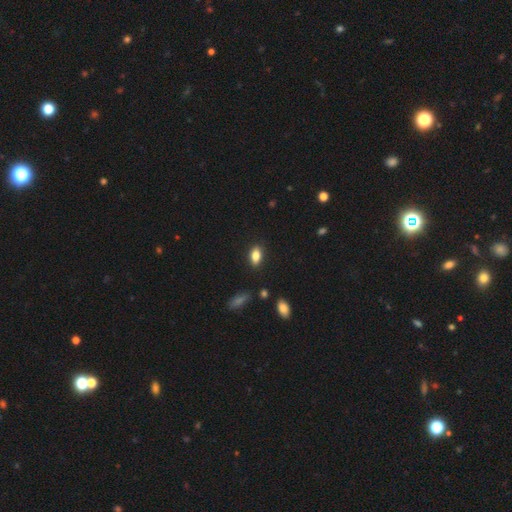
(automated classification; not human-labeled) Q: Smooth or featured?
A: smooth (81%); runner-up: featured or disk (10%)
Q: How rounded?
A: in between (86%); runner-up: round (7%)
Q: Merging?
A: none (86%); runner-up: minor disturbance (10%)